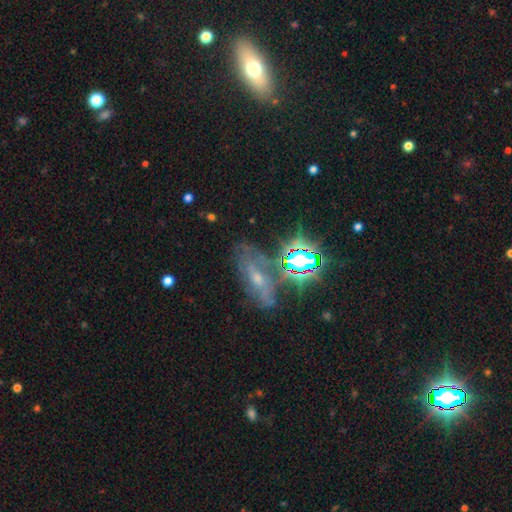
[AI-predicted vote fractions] This appears to be a star or artifact, not a galaxy (47%).